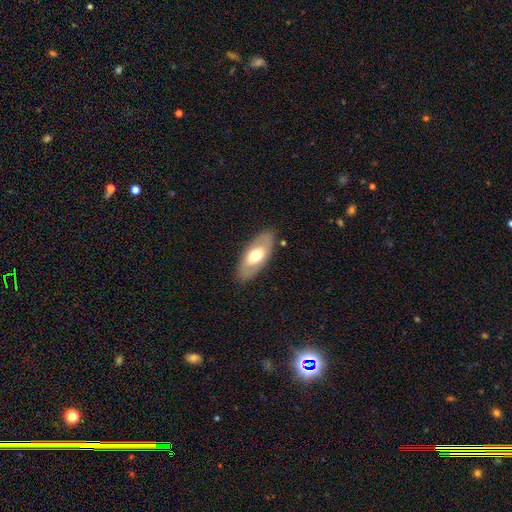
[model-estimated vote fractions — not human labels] Morphology: type=smooth (59%); roundness=in between (89%); merging=none (85%).